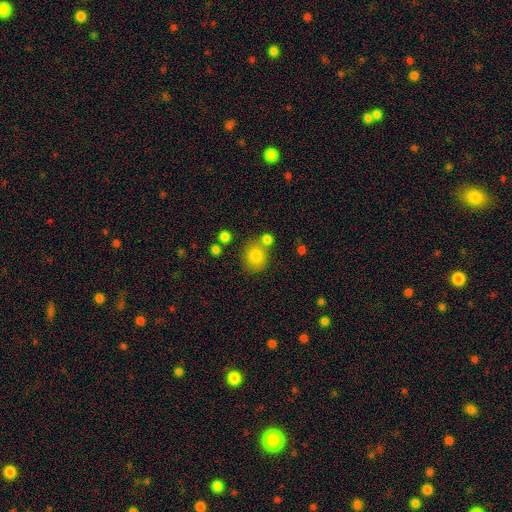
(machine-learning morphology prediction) A smooth galaxy with no disk features (83%) that is round (76%).

Vote fractions:
- Smooth or featured? smooth: 83% / star or artifact: 10% / featured or disk: 7%
- How rounded? round: 76% / in between: 23% / cigar-shaped: 1%
- Merging? none: 62% / merger: 21% / minor disturbance: 12% / major disturbance: 4%